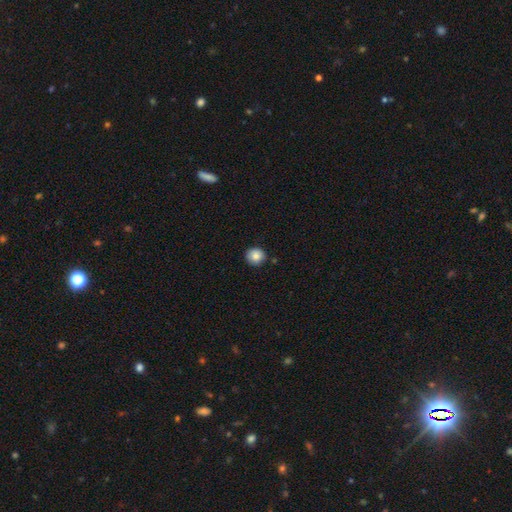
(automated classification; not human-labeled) Smooth or featured?
  - smooth: 84% *
  - star or artifact: 9%
  - featured or disk: 7%
How rounded?
  - round: 91% *
  - in between: 8%
  - cigar-shaped: 1%
Merging?
  - none: 87% *
  - minor disturbance: 9%
  - merger: 2%
  - major disturbance: 2%